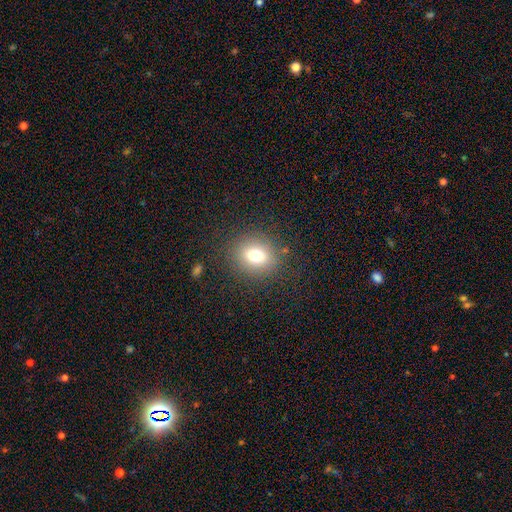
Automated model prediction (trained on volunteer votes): smooth_or_featured: smooth (p=0.75) [alt: star or artifact p=0.13]
how_rounded: round (p=0.56) [alt: in between p=0.42]
merging: none (p=0.83) [alt: minor disturbance p=0.10]